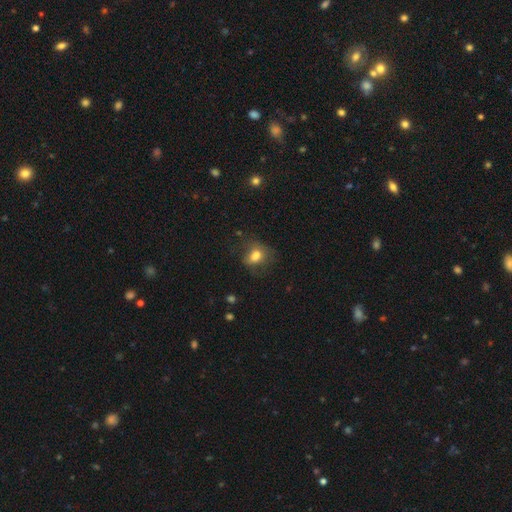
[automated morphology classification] type=smooth (74%); roundness=in between (65%); merging=none (52%).